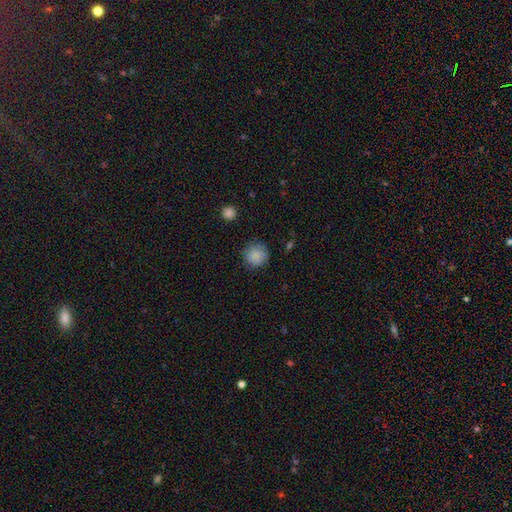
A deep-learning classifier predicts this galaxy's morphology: Overall: smooth (87%). How rounded: round (93%). Merging: none (84%).